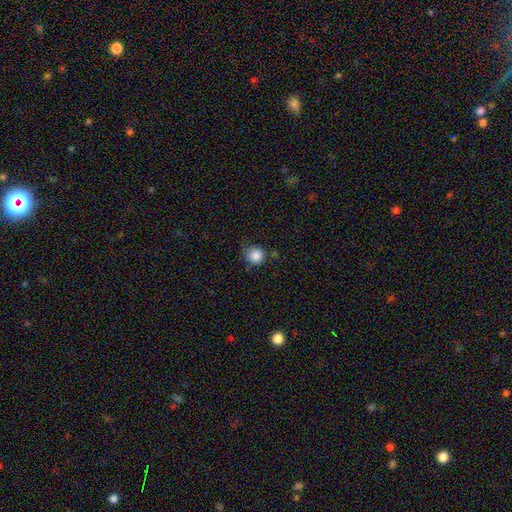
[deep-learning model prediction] Smooth or featured? Predicted: smooth (p=0.86). How rounded? Predicted: round (p=0.91). Merging? Predicted: none (p=0.73).